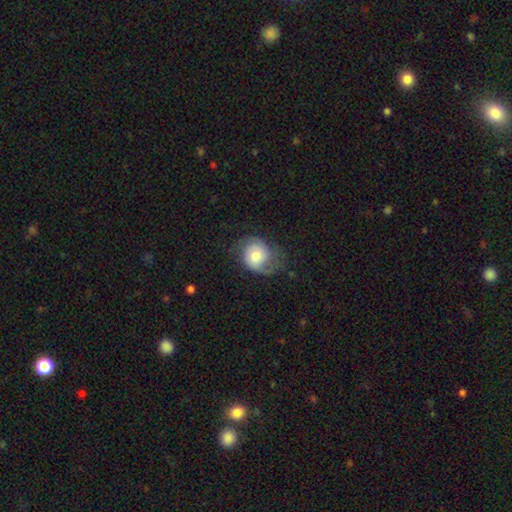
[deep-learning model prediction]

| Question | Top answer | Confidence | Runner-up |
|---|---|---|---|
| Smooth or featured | featured or disk | 49% | smooth (43%) |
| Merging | none | 50% | minor disturbance (28%) |